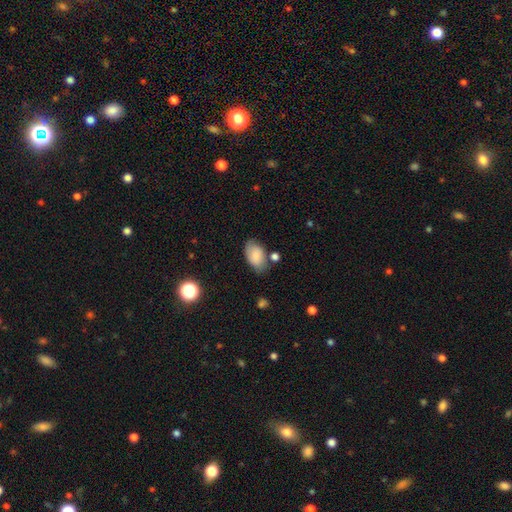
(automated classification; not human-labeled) Overall: smooth (82%). How rounded: in between (92%). Merging: none (66%).